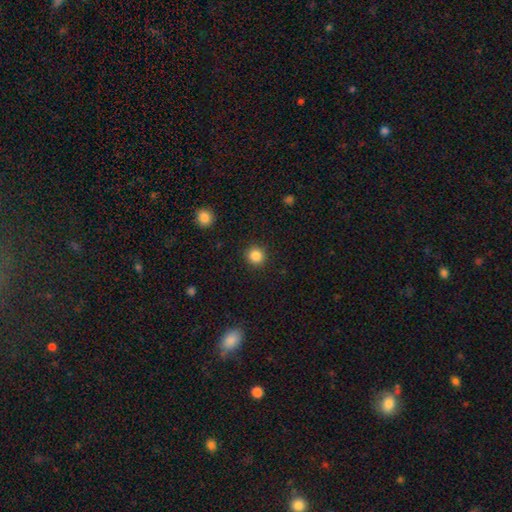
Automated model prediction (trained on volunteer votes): Smooth or featured: smooth — 85% (star or artifact — 11%)
How rounded: round — 93% (in between — 6%)
Merging: none — 92% (minor disturbance — 5%)